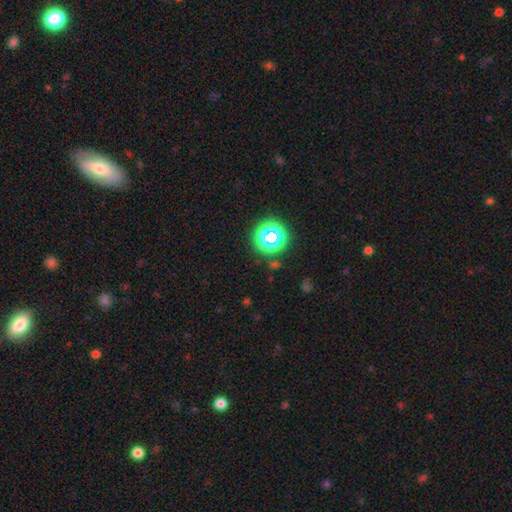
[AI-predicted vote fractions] Smooth or featured? star or artifact (60%)